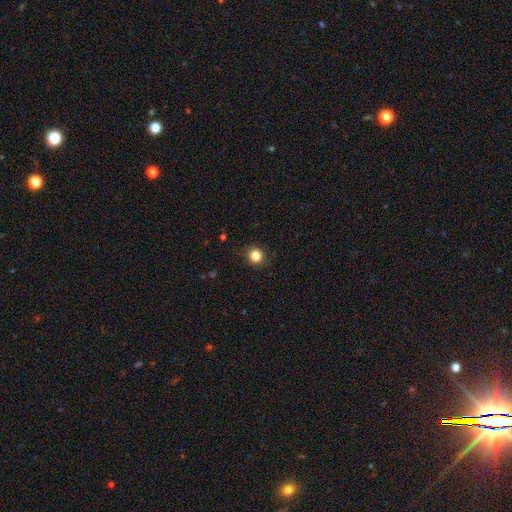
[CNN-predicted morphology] smooth_or_featured: smooth (p=0.84) [alt: star or artifact p=0.12]
how_rounded: round (p=0.91) [alt: in between p=0.08]
merging: none (p=0.90) [alt: minor disturbance p=0.07]